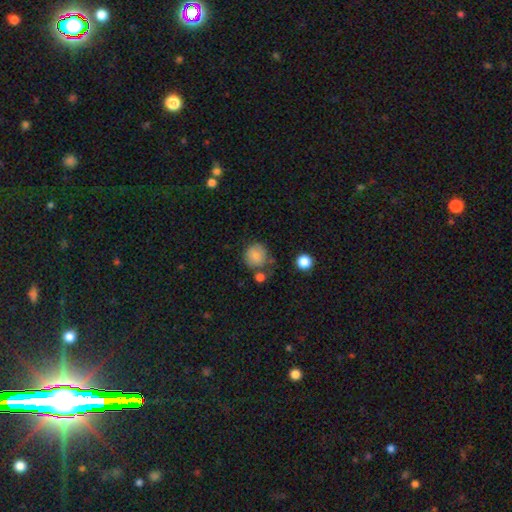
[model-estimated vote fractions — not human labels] Smooth or featured?
  - smooth: 83% *
  - star or artifact: 9%
  - featured or disk: 7%
How rounded?
  - round: 89% *
  - in between: 10%
  - cigar-shaped: 1%
Merging?
  - none: 68% *
  - minor disturbance: 18%
  - merger: 9%
  - major disturbance: 6%